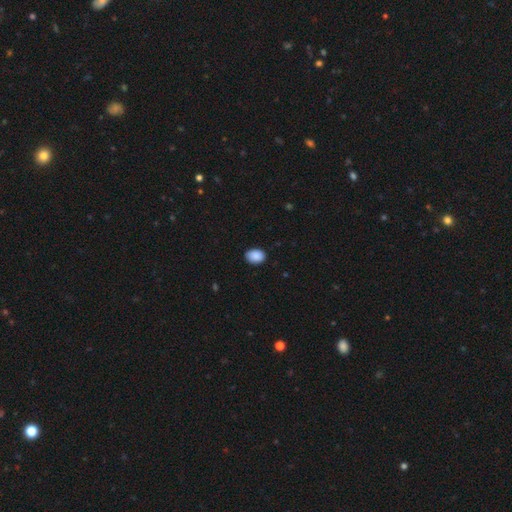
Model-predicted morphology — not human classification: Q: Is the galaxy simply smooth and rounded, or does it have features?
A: smooth — 89%.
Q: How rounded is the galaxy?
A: in between — 76%.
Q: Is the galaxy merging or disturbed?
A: none — 85%.